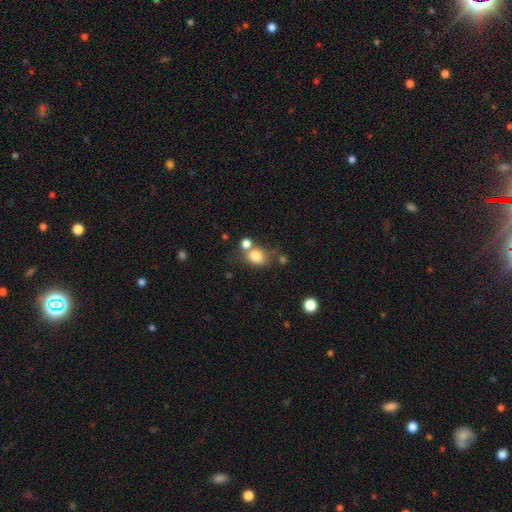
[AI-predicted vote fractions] A smooth galaxy with no disk features (79%) that is round (55%). Merging: none (52%).